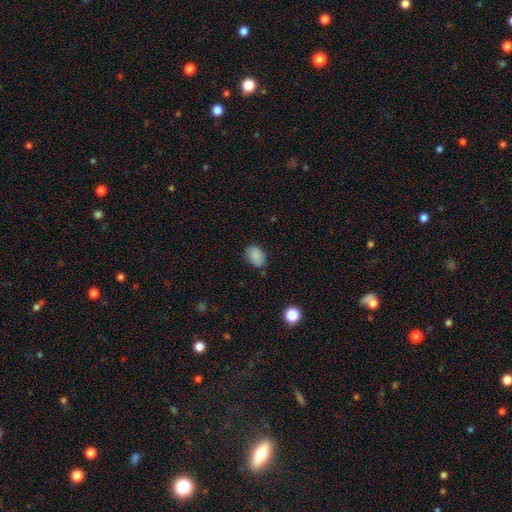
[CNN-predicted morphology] Smooth or featured: smooth — 86% (star or artifact — 9%)
How rounded: in between — 77% (round — 22%)
Merging: none — 78% (minor disturbance — 17%)